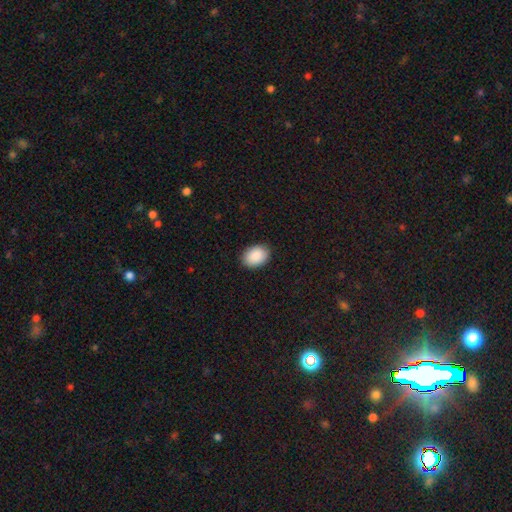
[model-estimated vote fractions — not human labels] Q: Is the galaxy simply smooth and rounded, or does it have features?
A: smooth — 90%.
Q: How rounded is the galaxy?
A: in between — 80%.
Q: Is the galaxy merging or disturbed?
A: none — 89%.